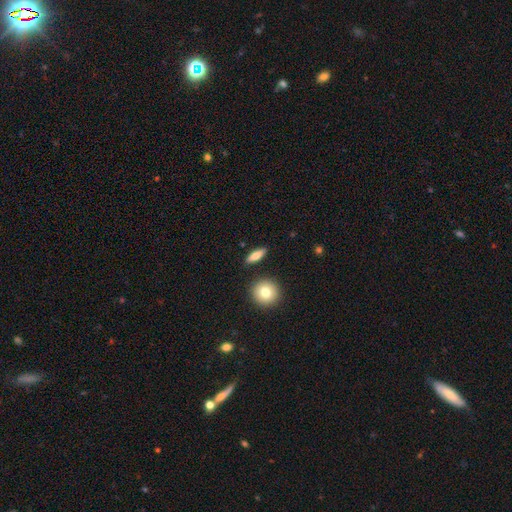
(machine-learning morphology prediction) type=smooth (71%); roundness=in between (47%); merging=none (88%).